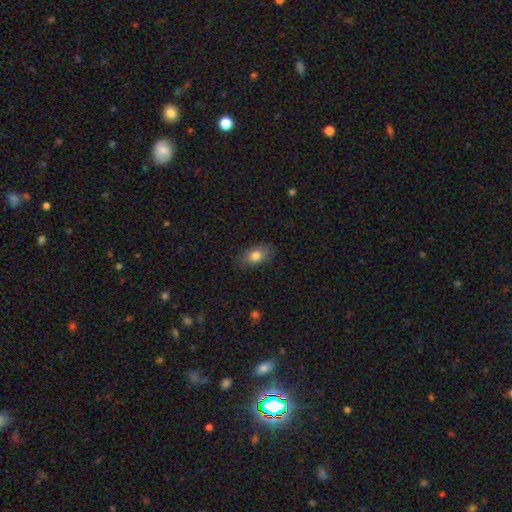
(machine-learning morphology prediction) A smooth galaxy with no disk features (81%) that is in between round and cigar-shaped (86%).

Vote fractions:
- Smooth or featured? smooth: 81% / featured or disk: 11% / star or artifact: 8%
- How rounded? in between: 86% / round: 12% / cigar-shaped: 2%
- Merging? none: 82% / minor disturbance: 14% / major disturbance: 3% / merger: 1%